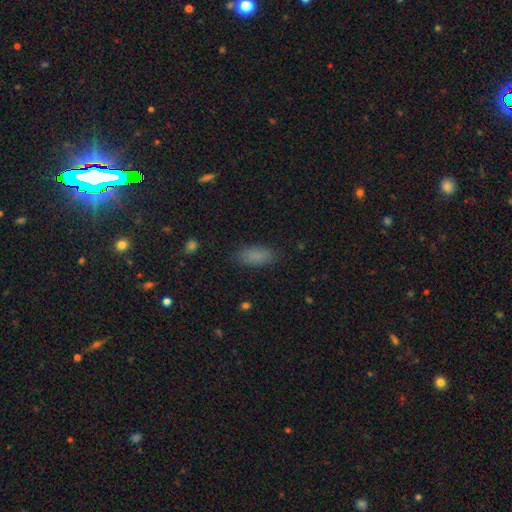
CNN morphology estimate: The model was most divided on "how rounded": in between: 82%, cigar-shaped: 15%, round: 3%. More confident: smooth or featured — smooth (85%); merging — none (85%).